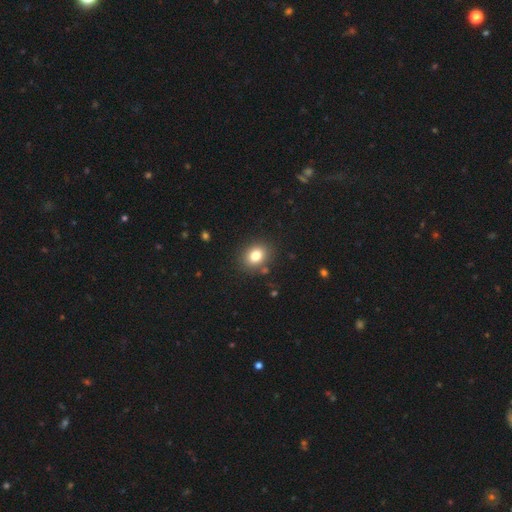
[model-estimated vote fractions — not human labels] A smooth galaxy with no disk features (80%) that is round (55%). Merging: none (86%).